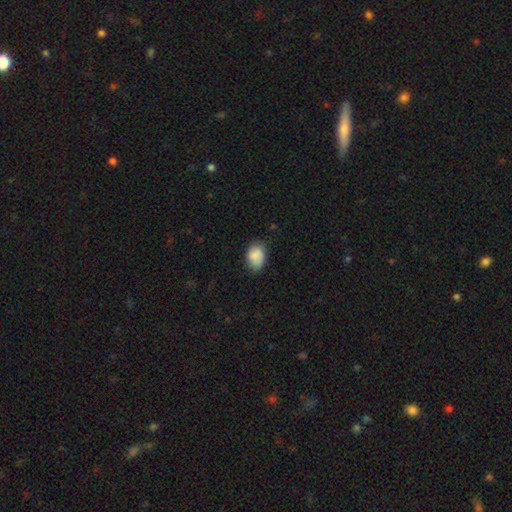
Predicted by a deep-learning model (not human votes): A smooth galaxy with no disk features (88%) that is in between round and cigar-shaped (77%).

Vote fractions:
- Smooth or featured? smooth: 88% / star or artifact: 7% / featured or disk: 5%
- How rounded? in between: 77% / round: 22% / cigar-shaped: 1%
- Merging? none: 71% / minor disturbance: 24% / major disturbance: 4% / merger: 1%